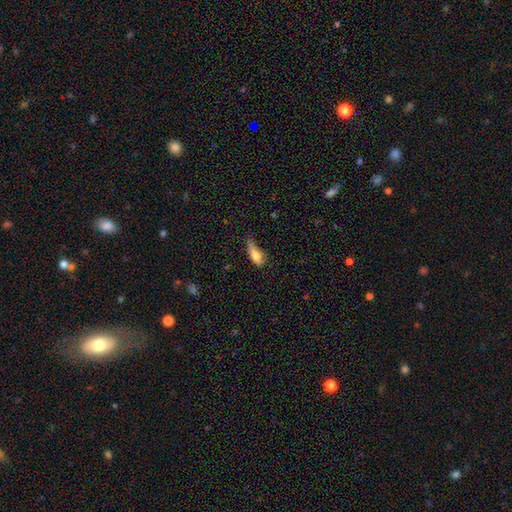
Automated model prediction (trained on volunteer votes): Smooth or featured? Predicted: smooth (p=0.75). How rounded? Predicted: in between (p=0.72). Merging? Predicted: minor disturbance (p=0.43).